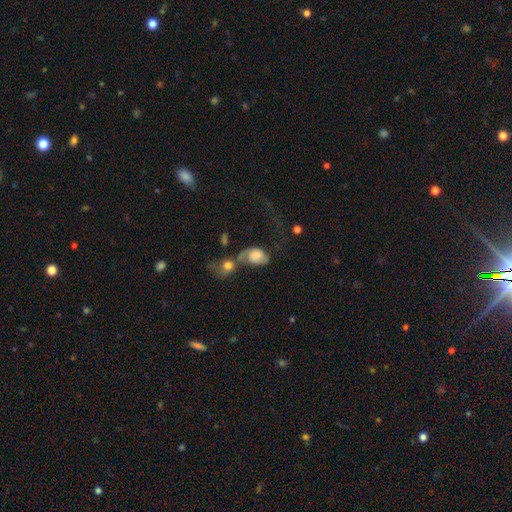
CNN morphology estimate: smooth-or-featured: smooth: 53% | featured or disk: 38% | star or artifact: 9%
  how-rounded: in between: 70% | round: 28% | cigar-shaped: 2%
  merging: merger: 57% | major disturbance: 19% | none: 14% | minor disturbance: 10%